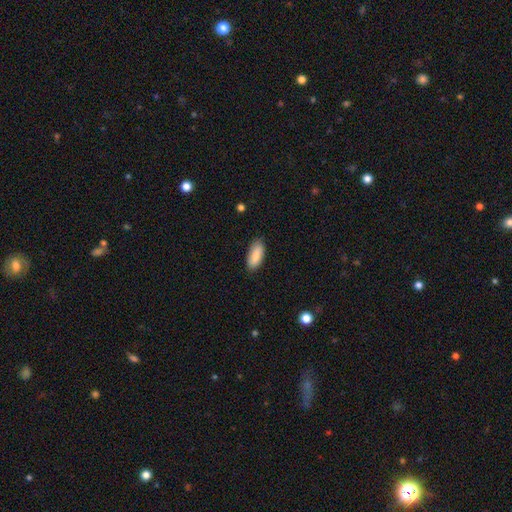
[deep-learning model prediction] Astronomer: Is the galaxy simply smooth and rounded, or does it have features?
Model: smooth — 84%.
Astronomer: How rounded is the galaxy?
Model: in between — 85%.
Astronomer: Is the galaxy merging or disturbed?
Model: none — 85%.